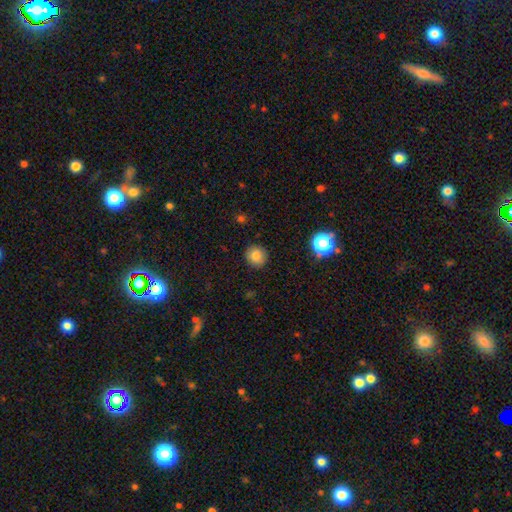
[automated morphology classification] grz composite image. It shows a smooth galaxy with no disk features (83%) that is round (89%). Merging: none (89%).